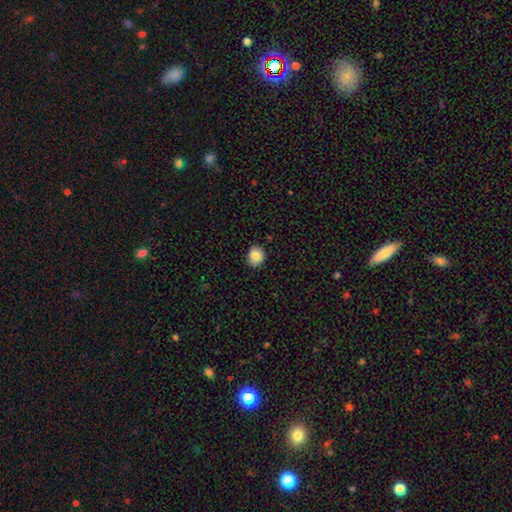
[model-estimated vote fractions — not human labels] Q: Smooth or featured?
A: smooth (85%); runner-up: star or artifact (9%)
Q: How rounded?
A: round (68%); runner-up: in between (31%)
Q: Merging?
A: none (86%); runner-up: minor disturbance (11%)